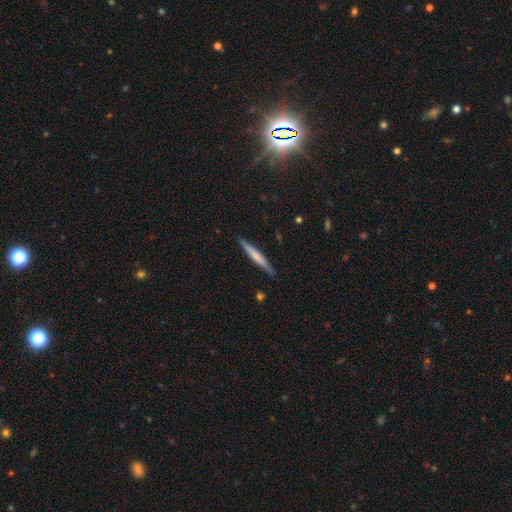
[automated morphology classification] This is possibly a smooth galaxy (52%). How rounded: clearly cigar-shaped (96%). Merging: clearly none (90%).